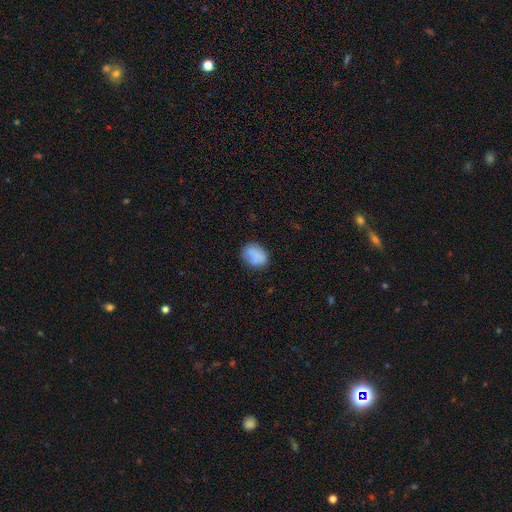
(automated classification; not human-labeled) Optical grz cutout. It shows a smooth galaxy with no disk features (79%) that is in between round and cigar-shaped (64%). Merging: none (69%).